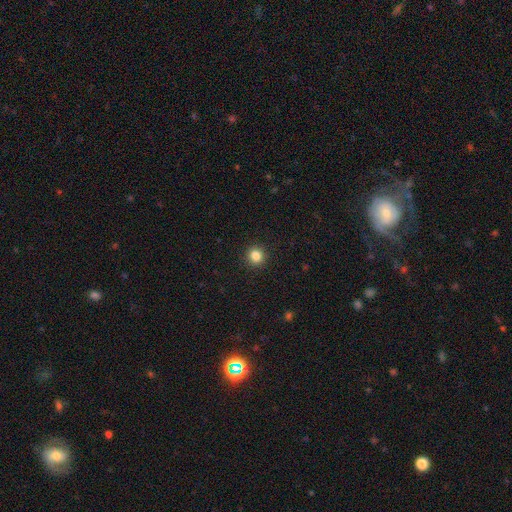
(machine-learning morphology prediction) Q: Smooth or featured?
A: smooth (84%); runner-up: star or artifact (11%)
Q: How rounded?
A: round (92%); runner-up: in between (7%)
Q: Merging?
A: none (92%); runner-up: minor disturbance (5%)